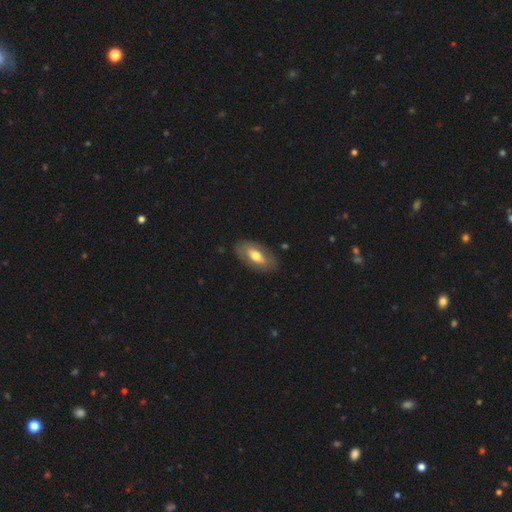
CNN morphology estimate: The model was most divided on "smooth or featured": smooth: 52%, featured or disk: 42%, star or artifact: 5%. More confident: how rounded — in between (89%); merging — none (82%).